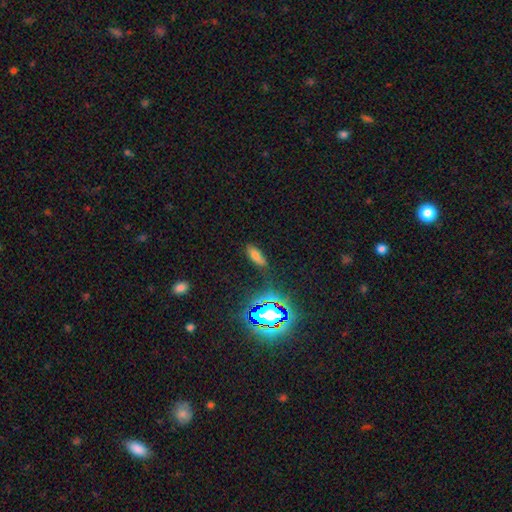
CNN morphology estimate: Smooth or featured: smooth — 64% (star or artifact — 24%)
How rounded: in between — 59% (cigar-shaped — 37%)
Merging: none — 76% (minor disturbance — 16%)